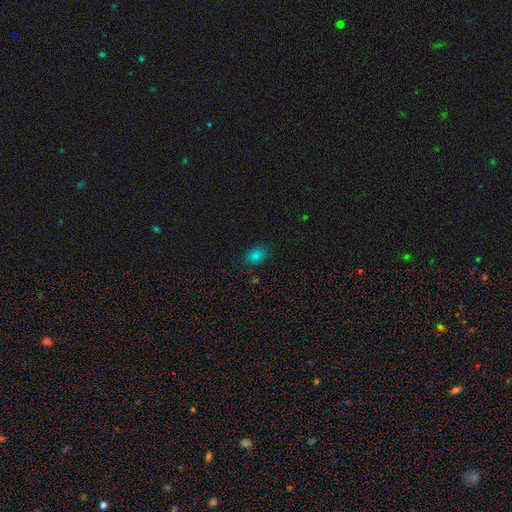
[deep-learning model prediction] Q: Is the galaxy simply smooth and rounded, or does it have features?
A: smooth — 77%.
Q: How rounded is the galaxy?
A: in between — 68%.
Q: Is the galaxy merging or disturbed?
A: none — 84%.